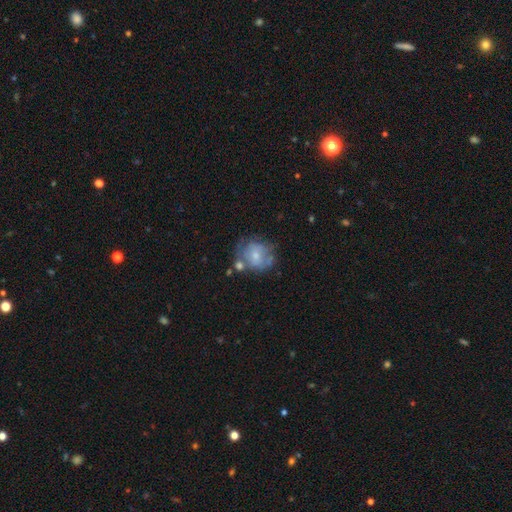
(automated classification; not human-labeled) This appears to be a smooth galaxy with no disk features (49%). Merging: none (43%).